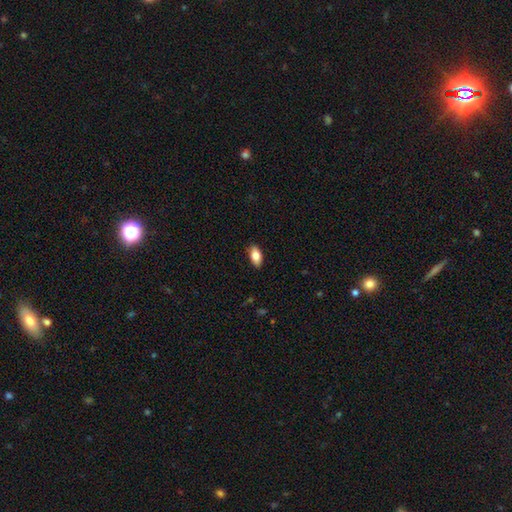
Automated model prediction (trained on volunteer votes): smooth_or_featured: smooth (p=0.82) [alt: featured or disk p=0.11]
how_rounded: in between (p=0.91) [alt: cigar-shaped p=0.06]
merging: none (p=0.89) [alt: minor disturbance p=0.08]